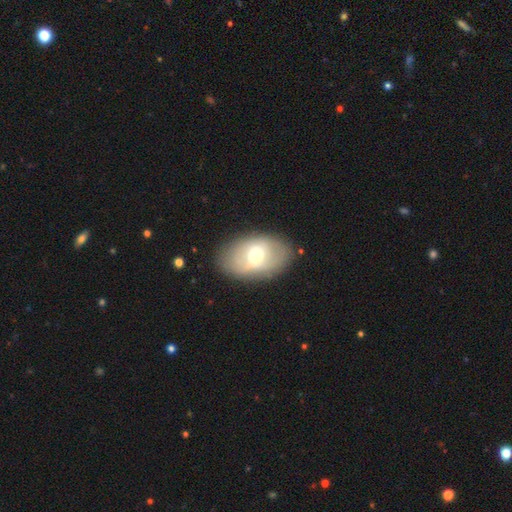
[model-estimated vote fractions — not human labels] Overall: smooth (50%; featured or disk 42%). How rounded: in between (88%). Merging: none (81%).